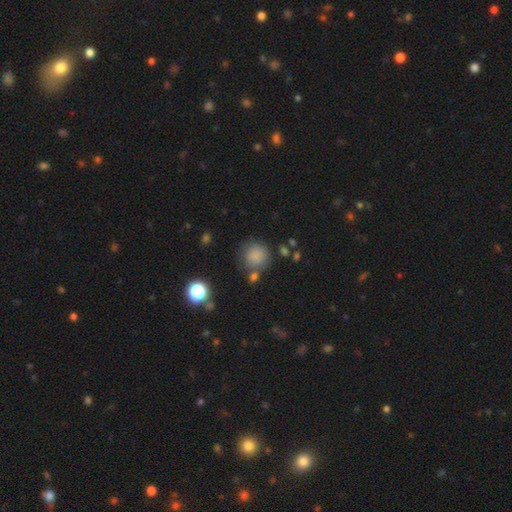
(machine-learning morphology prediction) This is clearly a smooth galaxy (81%). How rounded: clearly round (90%). Merging: likely none (65%).